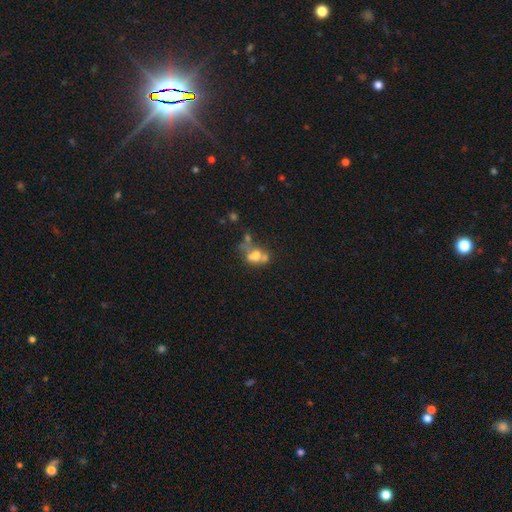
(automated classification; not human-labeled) Morphology: type=smooth (52%); roundness=in between (60%); merging=merger (48%).